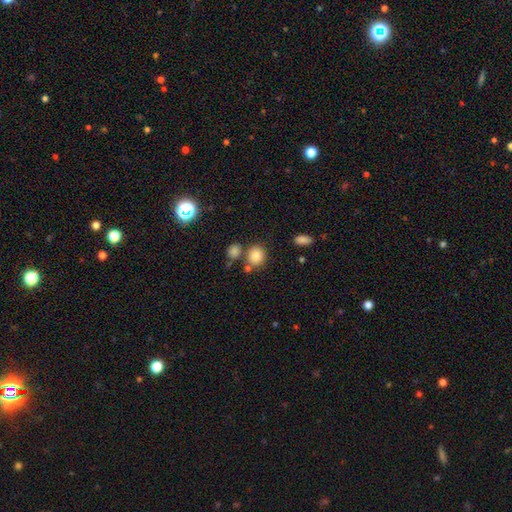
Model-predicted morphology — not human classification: Smooth or featured? Predicted: smooth (p=0.84). How rounded? Predicted: round (p=0.78). Merging? Predicted: none (p=0.67).